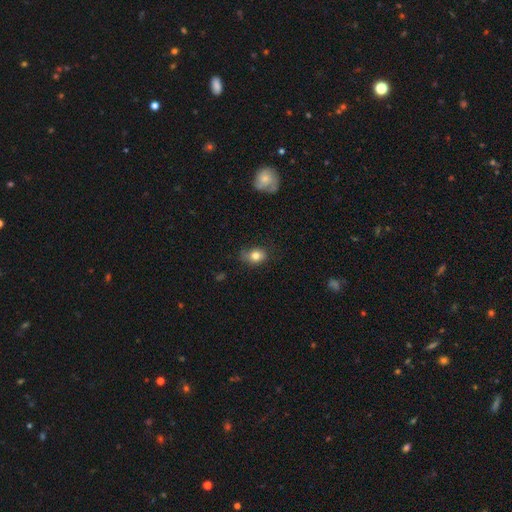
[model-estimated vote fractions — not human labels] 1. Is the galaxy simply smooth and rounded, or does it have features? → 81% smooth, 10% star or artifact, 9% featured or disk.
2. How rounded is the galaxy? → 63% in between, 36% round, 1% cigar-shaped.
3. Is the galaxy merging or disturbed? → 64% none, 27% minor disturbance, 7% major disturbance, 2% merger.